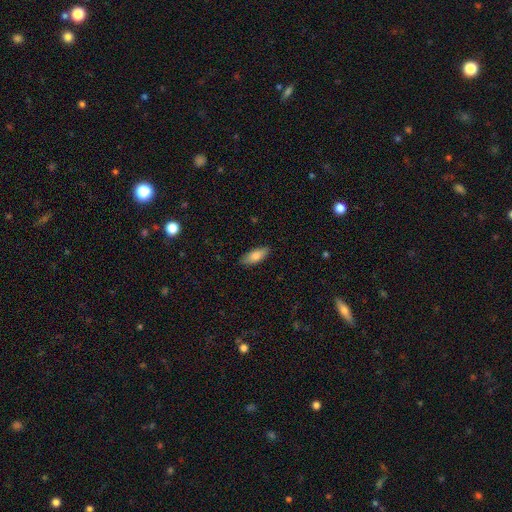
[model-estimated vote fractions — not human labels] smooth 81%, featured or disk 13%, star or artifact 6%. Down the decision tree: how rounded — in between (79%); merging — none (85%).